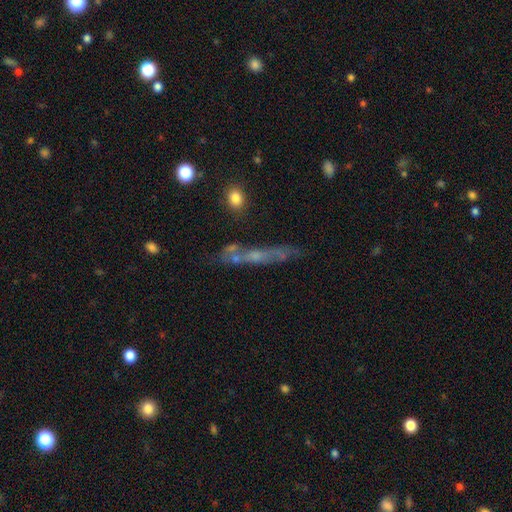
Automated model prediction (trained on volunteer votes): A featured or disk galaxy (52%) viewed edge-on (63%). Merging: none (50%).